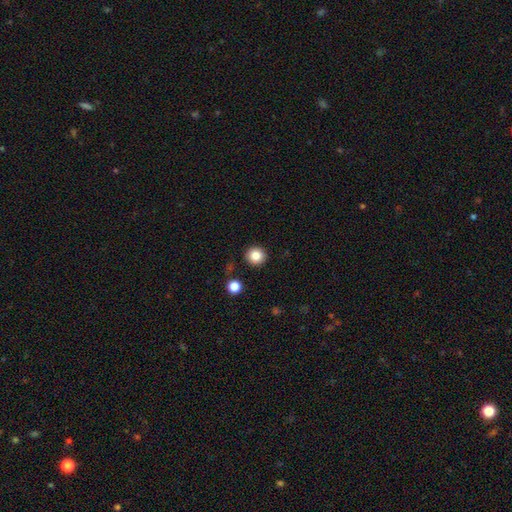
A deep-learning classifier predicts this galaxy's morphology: This appears to be a smooth galaxy with no disk features (85%) that is round (94%). Merging: none (91%).